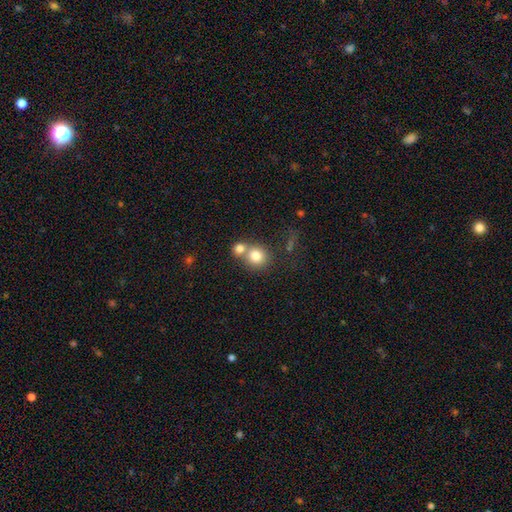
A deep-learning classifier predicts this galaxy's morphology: type=smooth (80%); roundness=round (86%); merging=merger (46%).